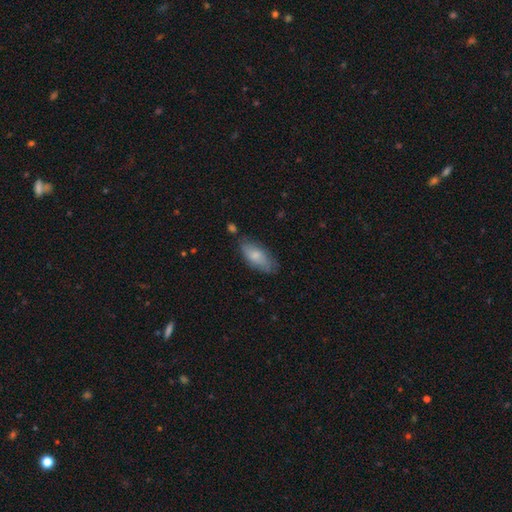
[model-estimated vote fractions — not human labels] A smooth galaxy with no disk features (75%) that is in between round and cigar-shaped (83%).

Vote fractions:
- Smooth or featured? smooth: 75% / featured or disk: 19% / star or artifact: 6%
- How rounded? in between: 83% / cigar-shaped: 15% / round: 2%
- Merging? none: 69% / minor disturbance: 23% / major disturbance: 5% / merger: 3%